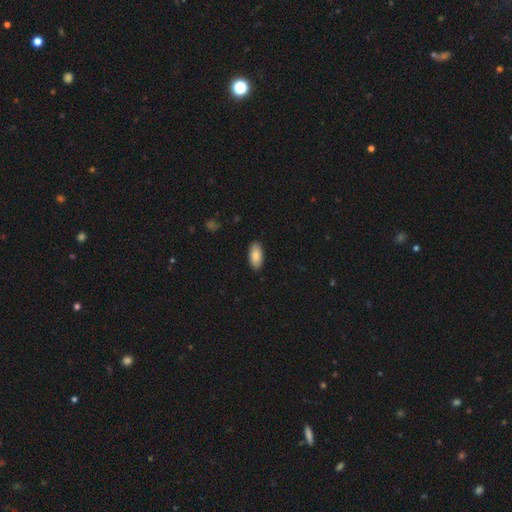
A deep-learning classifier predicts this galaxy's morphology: Smooth or featured? Predicted: smooth (p=0.88). How rounded? Predicted: in between (p=0.92). Merging? Predicted: none (p=0.89).